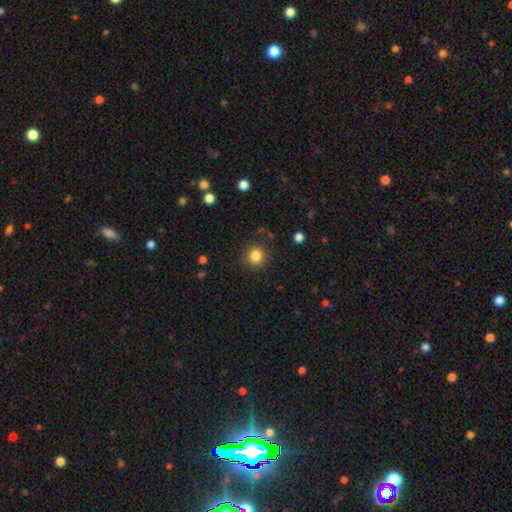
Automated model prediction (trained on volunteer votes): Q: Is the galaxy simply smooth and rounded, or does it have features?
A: smooth — 84%.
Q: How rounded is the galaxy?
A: round — 92%.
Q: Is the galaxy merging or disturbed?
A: none — 88%.